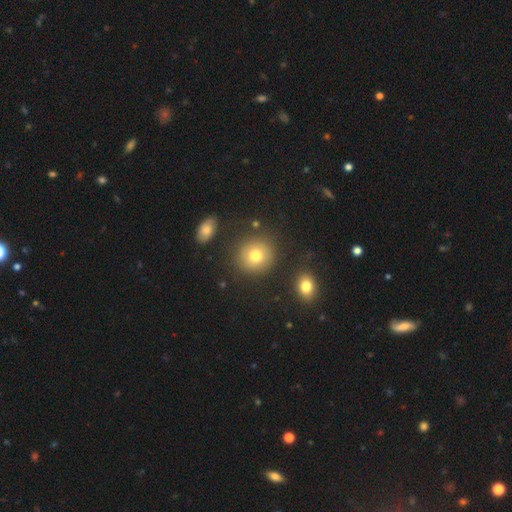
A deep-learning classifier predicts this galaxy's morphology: Overall: smooth (77%). How rounded: round (88%). Merging: none (84%).